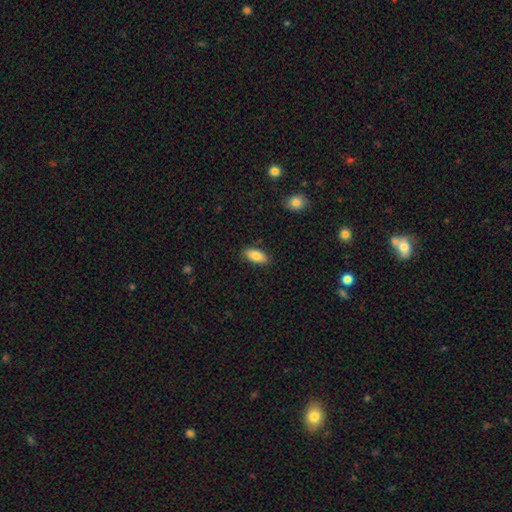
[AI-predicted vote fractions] This is clearly a smooth galaxy (84%). How rounded: clearly in between (88%). Merging: clearly none (86%).